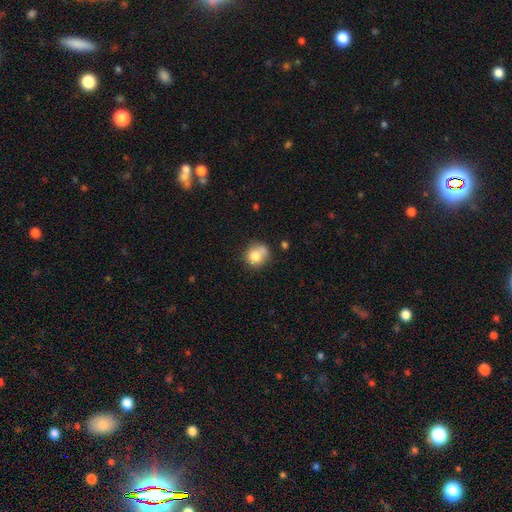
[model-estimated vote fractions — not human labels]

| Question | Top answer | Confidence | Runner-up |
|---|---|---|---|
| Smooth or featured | smooth | 78% | featured or disk (12%) |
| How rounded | round | 79% | in between (20%) |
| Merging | none | 53% | minor disturbance (22%) |